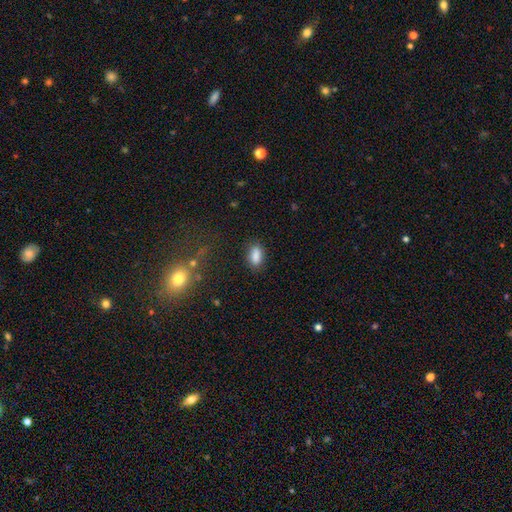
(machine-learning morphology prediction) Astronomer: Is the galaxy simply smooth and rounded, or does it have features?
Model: smooth — 85%.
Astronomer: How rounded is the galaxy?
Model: in between — 85%.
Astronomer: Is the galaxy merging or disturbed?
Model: none — 80%.